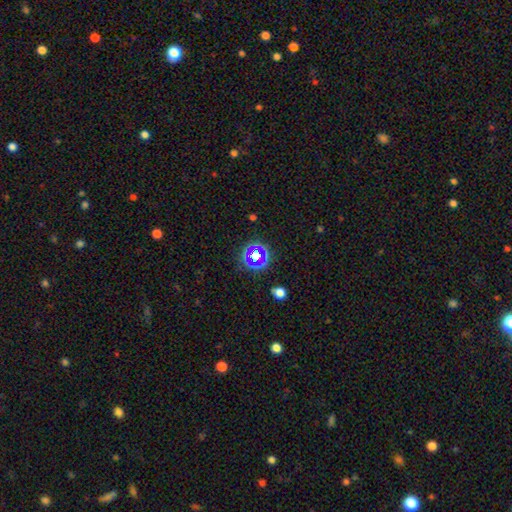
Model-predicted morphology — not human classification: A star or artifact, not a galaxy (54%).